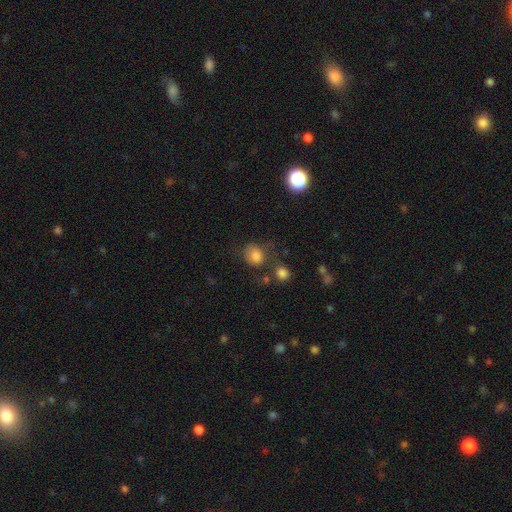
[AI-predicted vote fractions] This appears to be a smooth galaxy with no disk features (80%) that is round (70%). Merging: none (56%).